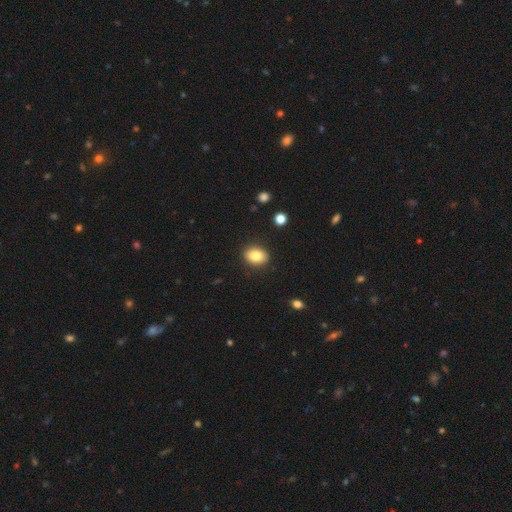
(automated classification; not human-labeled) This appears to be a smooth galaxy with no disk features (85%) that is in between round and cigar-shaped (67%). Merging: none (88%).